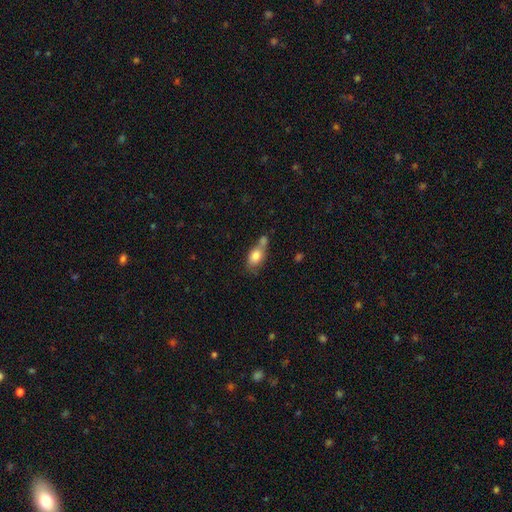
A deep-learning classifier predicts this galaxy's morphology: A smooth galaxy with no disk features (78%) that is in between round and cigar-shaped (81%).

Vote fractions:
- Smooth or featured? smooth: 78% / featured or disk: 14% / star or artifact: 8%
- How rounded? in between: 81% / round: 14% / cigar-shaped: 5%
- Merging? merger: 43% / none: 35% / minor disturbance: 16% / major disturbance: 6%